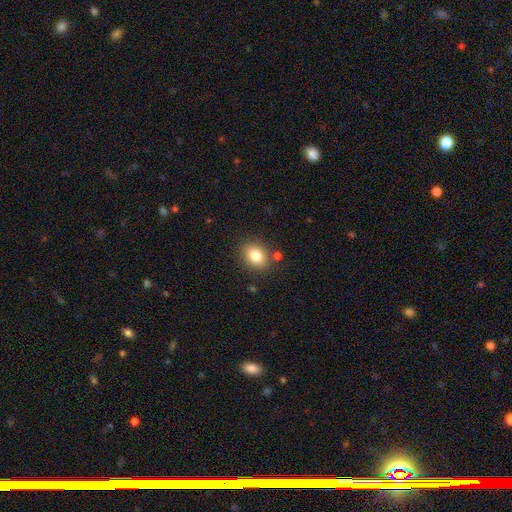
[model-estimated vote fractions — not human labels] This is clearly a smooth galaxy (82%). How rounded: possibly in between (57%). Merging: clearly none (81%).